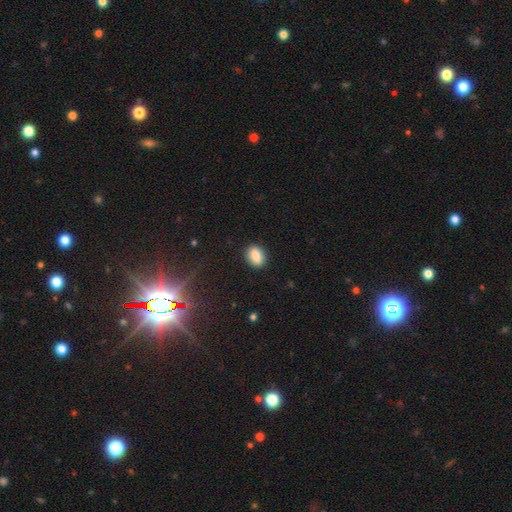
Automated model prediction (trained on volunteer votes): Smooth or featured?
  - smooth: 86% *
  - star or artifact: 8%
  - featured or disk: 6%
How rounded?
  - in between: 79% *
  - round: 19%
  - cigar-shaped: 2%
Merging?
  - none: 87% *
  - minor disturbance: 10%
  - major disturbance: 2%
  - merger: 1%